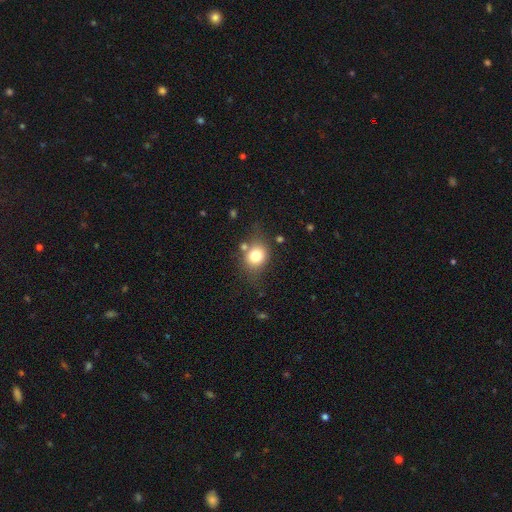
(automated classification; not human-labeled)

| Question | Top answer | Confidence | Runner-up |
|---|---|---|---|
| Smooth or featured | smooth | 77% | featured or disk (12%) |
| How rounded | round | 63% | in between (36%) |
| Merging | none | 65% | minor disturbance (19%) |